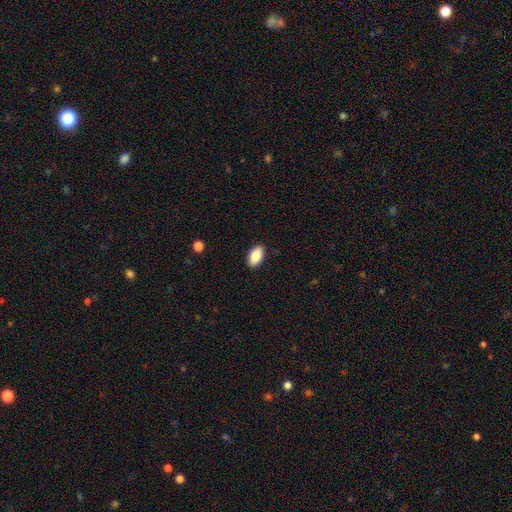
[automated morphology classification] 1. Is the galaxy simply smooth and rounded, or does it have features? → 83% smooth, 9% featured or disk, 7% star or artifact.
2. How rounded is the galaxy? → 93% in between, 4% round, 3% cigar-shaped.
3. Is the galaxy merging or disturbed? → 89% none, 8% minor disturbance, 2% major disturbance, 1% merger.